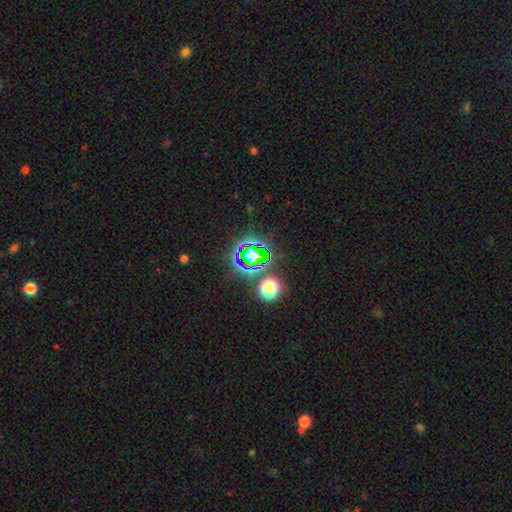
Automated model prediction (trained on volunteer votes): smooth-or-featured: star or artifact: 72% | smooth: 18% | featured or disk: 10%